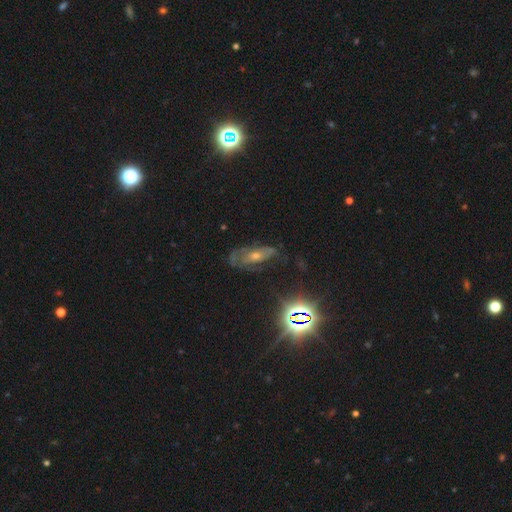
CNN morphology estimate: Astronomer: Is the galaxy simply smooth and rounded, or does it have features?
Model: featured or disk — 55%.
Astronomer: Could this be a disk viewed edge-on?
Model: no — 85%.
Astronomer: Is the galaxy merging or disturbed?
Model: none — 58%.